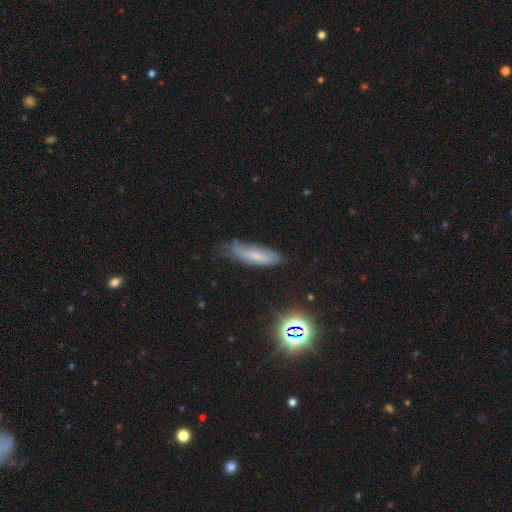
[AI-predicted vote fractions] smooth_or_featured: smooth (p=0.58) [alt: featured or disk p=0.29]
how_rounded: cigar-shaped (p=0.51) [alt: in between p=0.47]
merging: none (p=0.56) [alt: minor disturbance p=0.33]